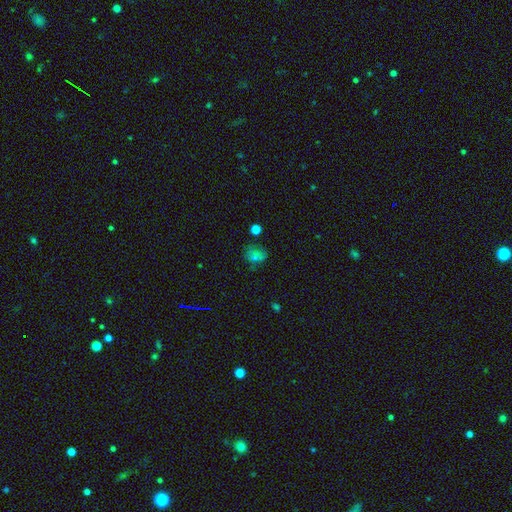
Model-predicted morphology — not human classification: Smooth or featured? smooth (70%)
How rounded? round (57%)
Merging? none (61%)